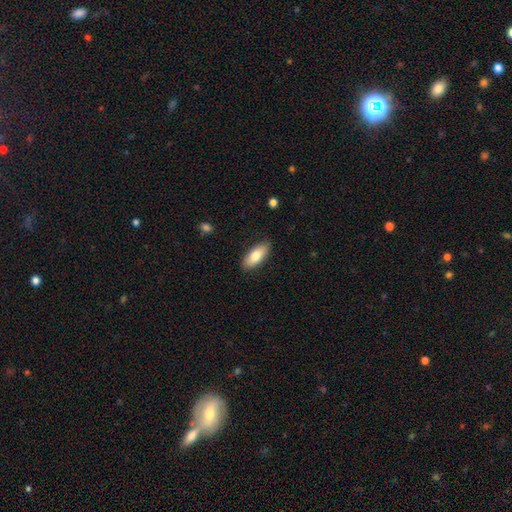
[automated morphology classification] Smooth or featured: smooth — 79% (featured or disk — 15%)
How rounded: in between — 79% (cigar-shaped — 19%)
Merging: none — 87% (minor disturbance — 10%)